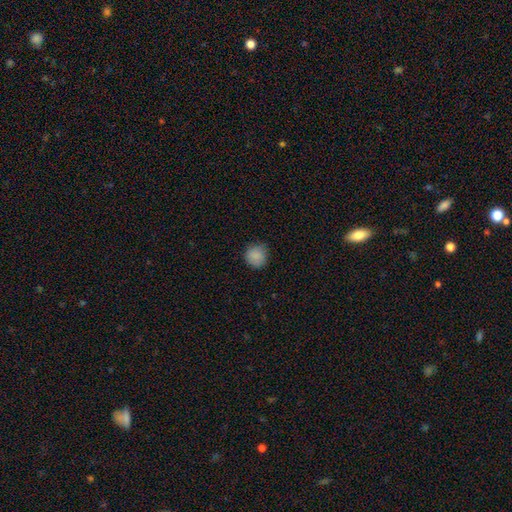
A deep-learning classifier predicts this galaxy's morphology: This is clearly a smooth galaxy (87%). How rounded: clearly round (90%). Merging: clearly none (82%).